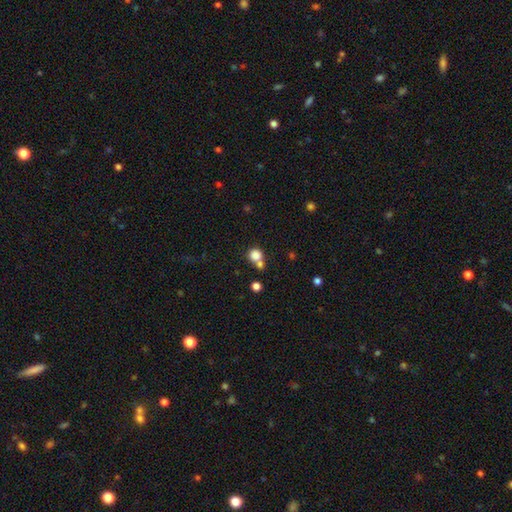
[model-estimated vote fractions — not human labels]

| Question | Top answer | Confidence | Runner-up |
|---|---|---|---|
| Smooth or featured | smooth | 81% | star or artifact (12%) |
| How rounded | round | 86% | in between (13%) |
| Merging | none | 50% | merger (37%) |